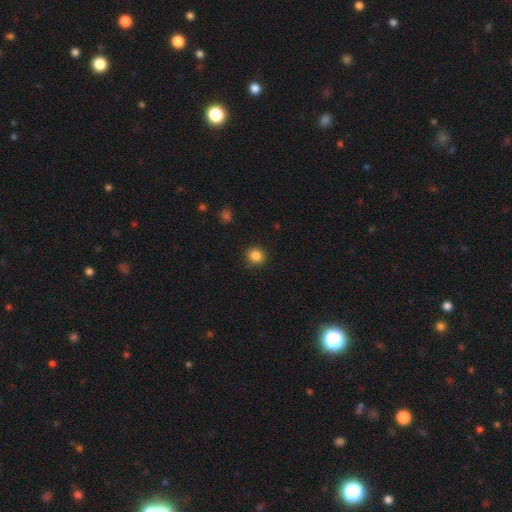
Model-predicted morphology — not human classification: Smooth or featured?
  - smooth: 86% *
  - star or artifact: 11%
  - featured or disk: 3%
How rounded?
  - round: 85% *
  - in between: 14%
  - cigar-shaped: 1%
Merging?
  - none: 89% *
  - minor disturbance: 8%
  - major disturbance: 2%
  - merger: 1%